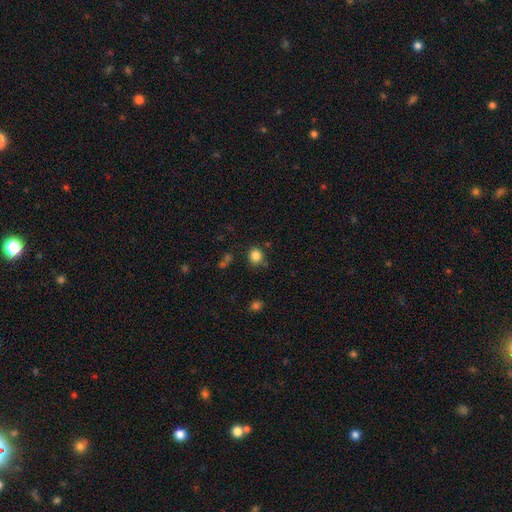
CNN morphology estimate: Smooth or featured?
  - smooth: 84% *
  - star or artifact: 11%
  - featured or disk: 5%
How rounded?
  - round: 86% *
  - in between: 13%
  - cigar-shaped: 1%
Merging?
  - none: 82% *
  - minor disturbance: 11%
  - merger: 4%
  - major disturbance: 3%